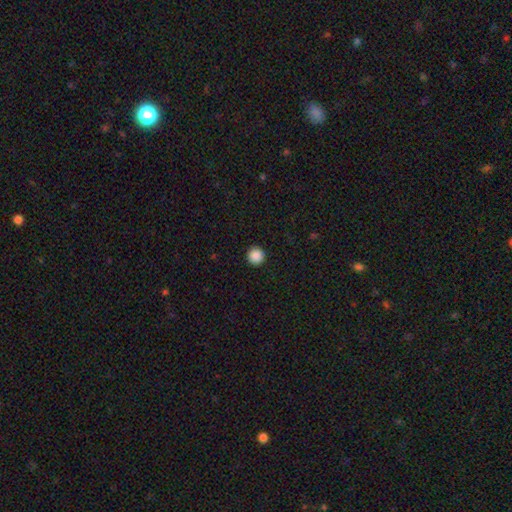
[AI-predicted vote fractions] smooth-or-featured: smooth: 89% | star or artifact: 9% | featured or disk: 2%
  how-rounded: round: 96% | in between: 3% | cigar-shaped: 1%
  merging: none: 94% | minor disturbance: 4% | major disturbance: 2% | merger: 1%